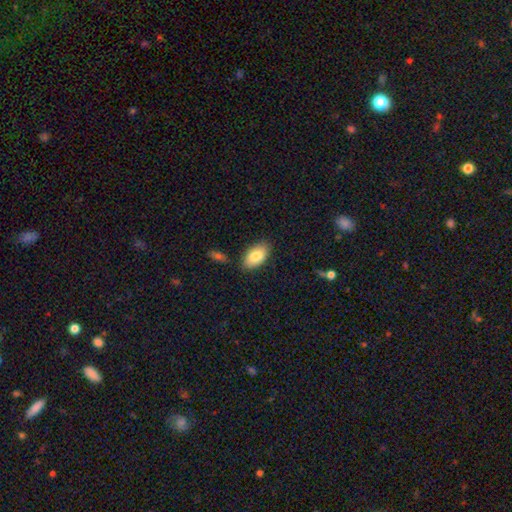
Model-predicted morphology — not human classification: Smooth or featured?
  - smooth: 82% *
  - featured or disk: 12%
  - star or artifact: 7%
How rounded?
  - in between: 94% *
  - round: 4%
  - cigar-shaped: 2%
Merging?
  - none: 82% *
  - minor disturbance: 12%
  - merger: 3%
  - major disturbance: 2%